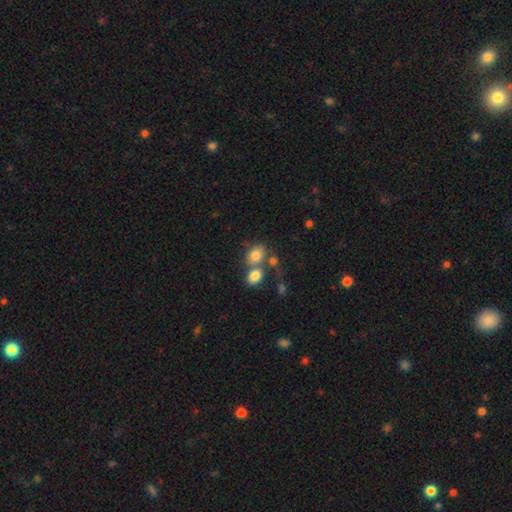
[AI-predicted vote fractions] Smooth or featured? Predicted: smooth (p=0.78). How rounded? Predicted: in between (p=0.54). Merging? Predicted: none (p=0.44).